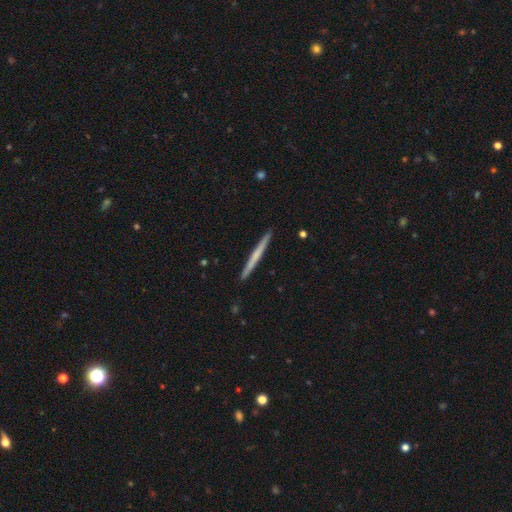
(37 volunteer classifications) A smooth galaxy with no disk features (49%) that is cigar-shaped (94%).

Vote fractions:
- Smooth or featured? smooth: 49% / featured or disk: 46% / star or artifact: 5%
- How rounded? cigar-shaped: 94% / round: 6% / in between: 0%
- Merging? none: 89% / minor disturbance: 6% / merger: 6% / major disturbance: 0%